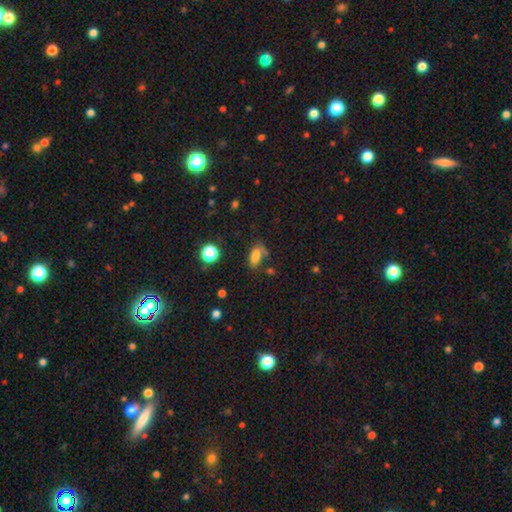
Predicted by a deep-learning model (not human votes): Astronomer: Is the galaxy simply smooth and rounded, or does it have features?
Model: smooth — 77%.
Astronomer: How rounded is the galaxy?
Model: in between — 85%.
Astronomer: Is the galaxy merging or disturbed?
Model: none — 57%.